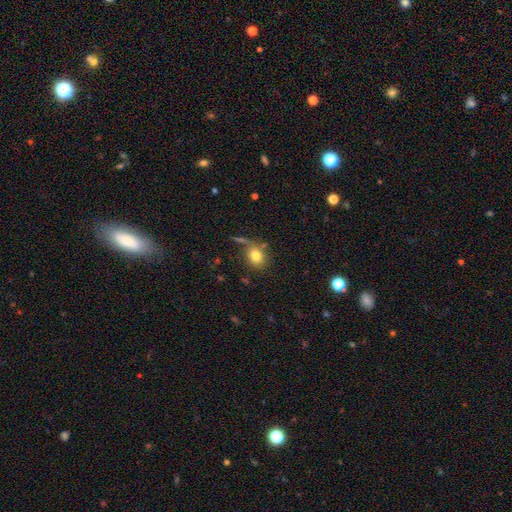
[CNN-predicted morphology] type=smooth (79%); roundness=in between (50%); merging=none (65%).